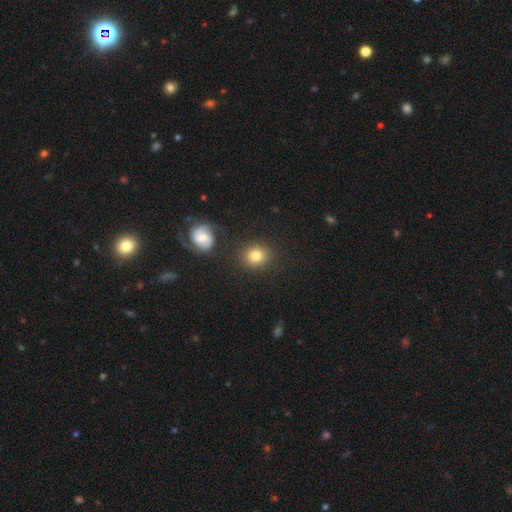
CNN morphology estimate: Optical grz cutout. It shows a smooth galaxy with no disk features (81%) that is round (81%). Merging: none (84%).